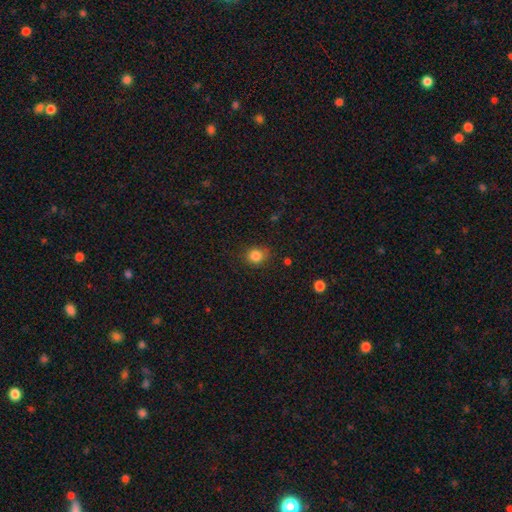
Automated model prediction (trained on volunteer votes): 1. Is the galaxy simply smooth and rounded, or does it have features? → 84% smooth, 11% star or artifact, 5% featured or disk.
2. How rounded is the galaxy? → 74% round, 25% in between, 1% cigar-shaped.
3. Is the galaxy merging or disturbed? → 81% none, 14% minor disturbance, 3% major disturbance, 1% merger.